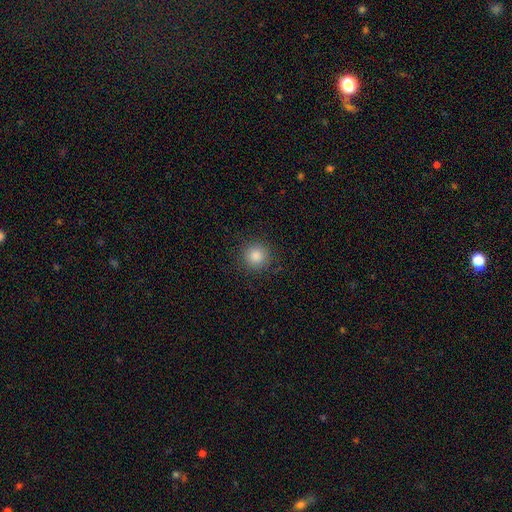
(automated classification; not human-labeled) smooth_or_featured: smooth (p=0.85) [alt: star or artifact p=0.11]
how_rounded: round (p=0.94) [alt: in between p=0.05]
merging: none (p=0.89) [alt: minor disturbance p=0.07]